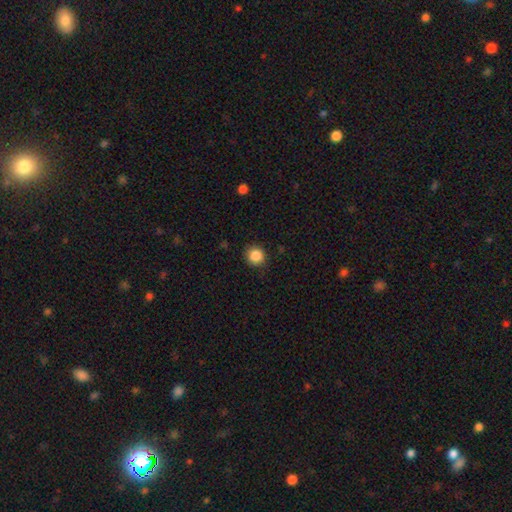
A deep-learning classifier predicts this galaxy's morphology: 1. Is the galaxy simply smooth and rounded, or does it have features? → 87% smooth, 10% star or artifact, 3% featured or disk.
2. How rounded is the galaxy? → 93% round, 6% in between, 1% cigar-shaped.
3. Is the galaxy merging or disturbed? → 89% none, 8% minor disturbance, 2% major disturbance, 1% merger.